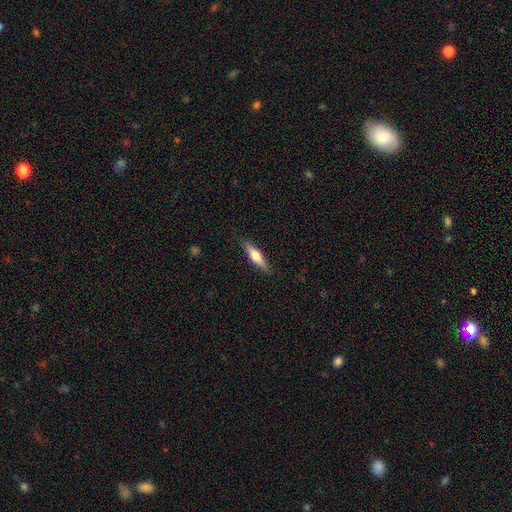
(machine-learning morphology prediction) Overall: featured or disk (48%; smooth 47%). Merging: none (87%).